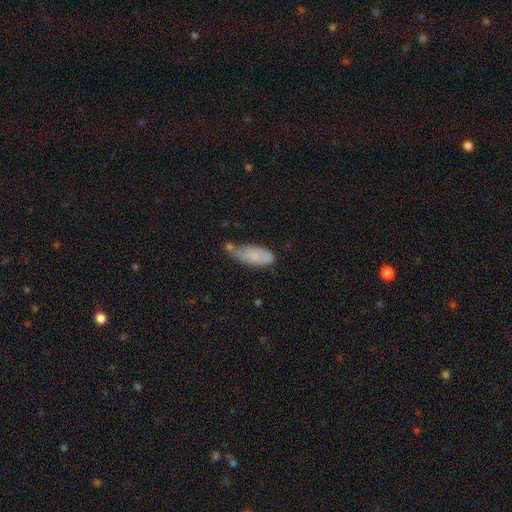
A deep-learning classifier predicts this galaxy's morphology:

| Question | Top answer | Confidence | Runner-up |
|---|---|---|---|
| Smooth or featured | smooth | 76% | featured or disk (16%) |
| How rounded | in between | 78% | cigar-shaped (19%) |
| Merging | minor disturbance | 36% | none (34%) |